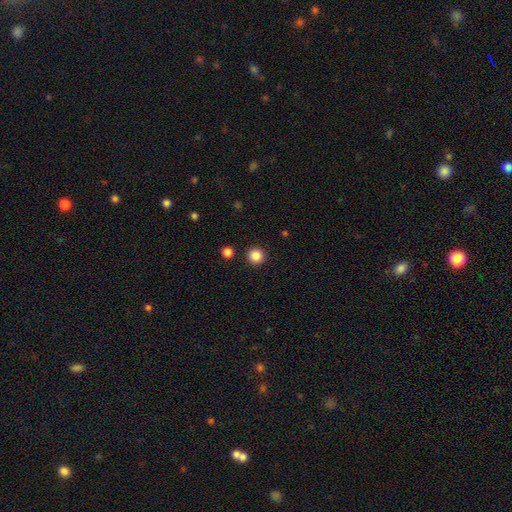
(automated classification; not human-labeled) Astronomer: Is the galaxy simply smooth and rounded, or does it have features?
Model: smooth — 86%.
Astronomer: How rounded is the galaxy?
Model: round — 94%.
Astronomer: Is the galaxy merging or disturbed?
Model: none — 91%.